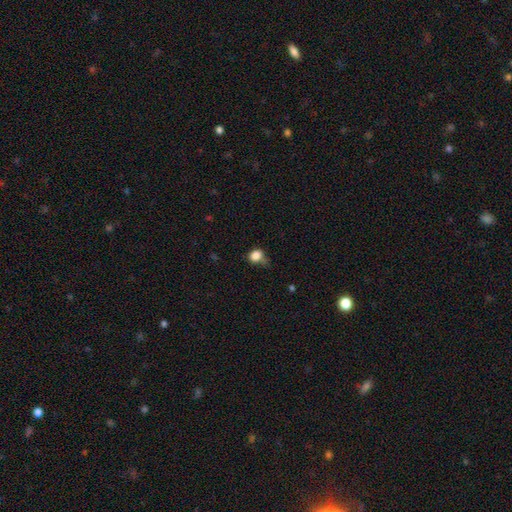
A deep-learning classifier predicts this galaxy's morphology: Smooth or featured: smooth — 84% (star or artifact — 10%)
How rounded: round — 65% (in between — 33%)
Merging: none — 42% (minor disturbance — 37%)